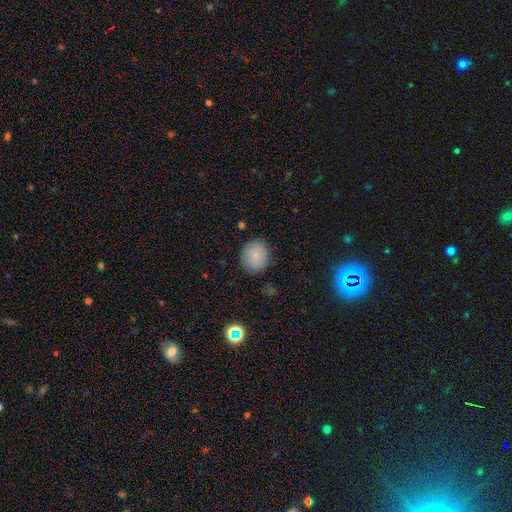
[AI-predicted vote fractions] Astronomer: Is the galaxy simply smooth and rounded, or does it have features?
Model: smooth — 85%.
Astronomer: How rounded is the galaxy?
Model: round — 84%.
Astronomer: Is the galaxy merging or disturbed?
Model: none — 85%.